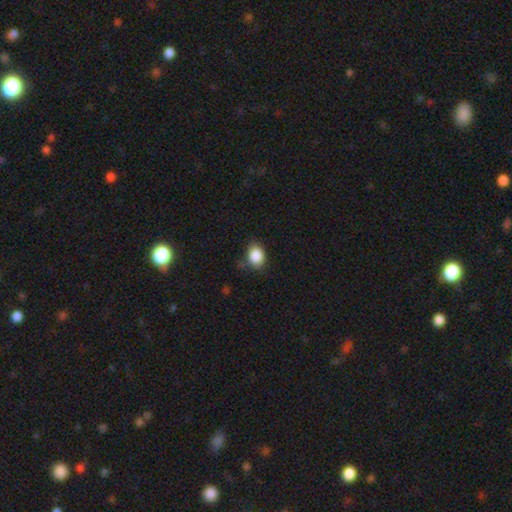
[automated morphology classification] A smooth galaxy with no disk features (87%) that is in between round and cigar-shaped (61%). Merging: none (73%).